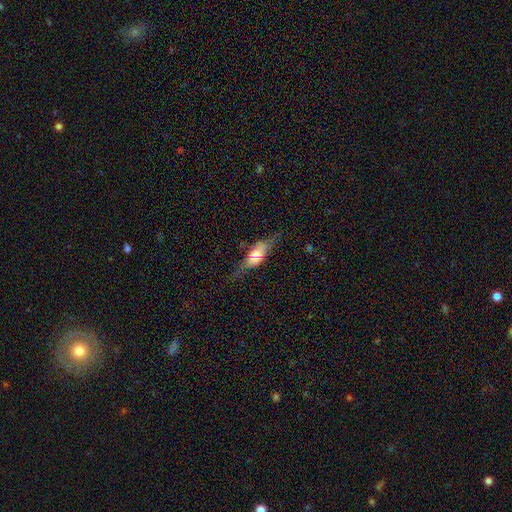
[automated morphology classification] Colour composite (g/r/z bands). It shows a smooth galaxy with no disk features (49%). Merging: none (58%).